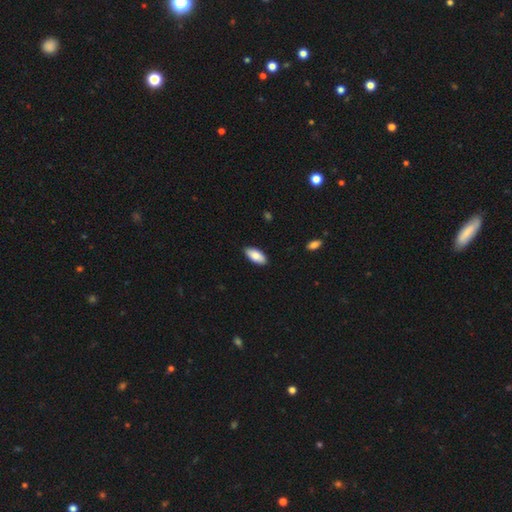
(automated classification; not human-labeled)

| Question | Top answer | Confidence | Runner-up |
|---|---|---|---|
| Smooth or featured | smooth | 85% | featured or disk (9%) |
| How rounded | in between | 89% | cigar-shaped (9%) |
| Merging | none | 88% | minor disturbance (9%) |